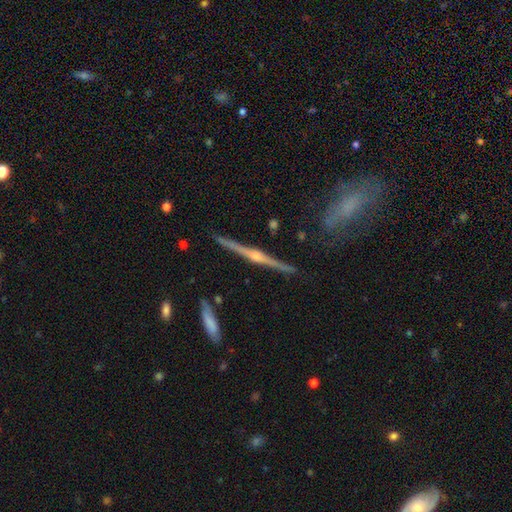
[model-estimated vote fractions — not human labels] Overall: featured or disk (86%). Edge-on disk: yes (98%). Edge-on bulge: rounded (91%). Merging: none (90%).